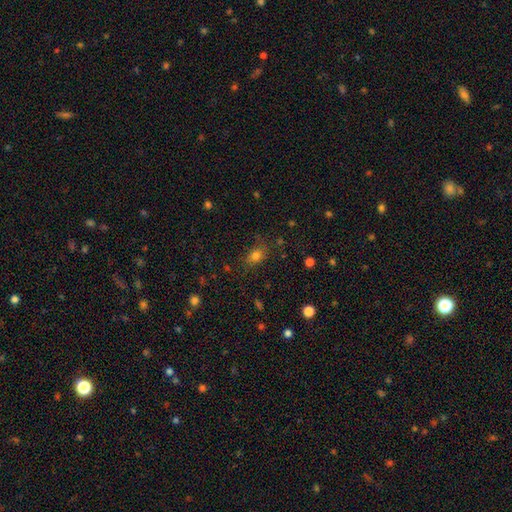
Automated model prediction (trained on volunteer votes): Smooth or featured?
  - smooth: 76% *
  - star or artifact: 16%
  - featured or disk: 8%
How rounded?
  - in between: 63% *
  - round: 35%
  - cigar-shaped: 2%
Merging?
  - none: 73% *
  - minor disturbance: 18%
  - major disturbance: 7%
  - merger: 2%